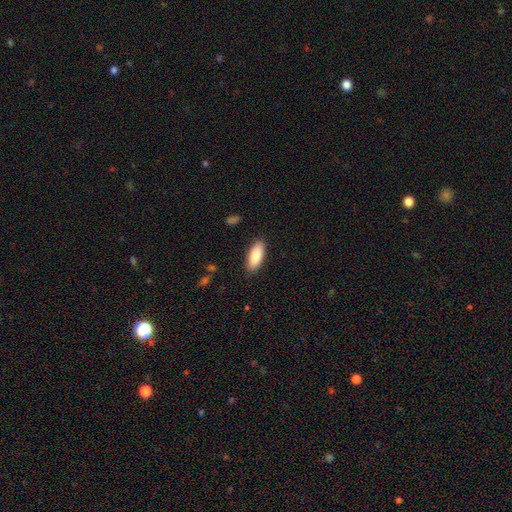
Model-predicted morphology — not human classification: This appears to be a smooth galaxy with no disk features (87%) that is in between round and cigar-shaped (78%). Merging: none (88%).